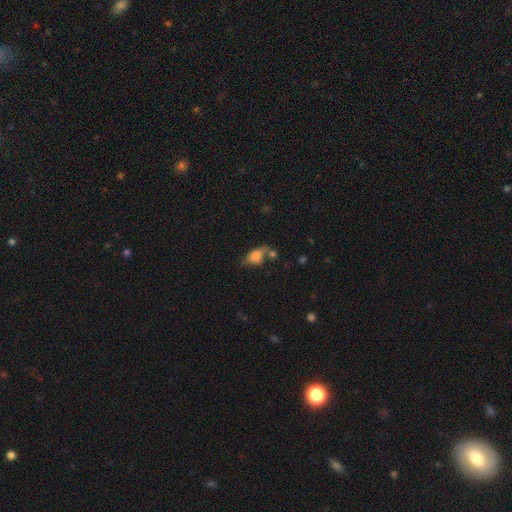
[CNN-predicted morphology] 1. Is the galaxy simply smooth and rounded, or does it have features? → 63% smooth, 26% featured or disk, 11% star or artifact.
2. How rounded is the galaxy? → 77% in between, 14% round, 9% cigar-shaped.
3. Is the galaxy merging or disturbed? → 40% none, 24% minor disturbance, 22% merger, 14% major disturbance.